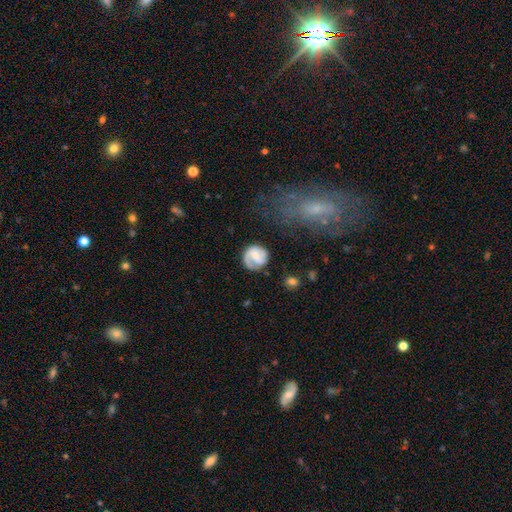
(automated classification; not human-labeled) Smooth or featured? featured or disk (64%)
Edge-on disk? no (98%)
Bar? weak (49%)
Spiral arms? yes (88%)
Spiral winding? medium (40%, tied with tight)
Spiral arm count? 2 (60%)
Bulge size? small (50%)
Merging? none (68%)